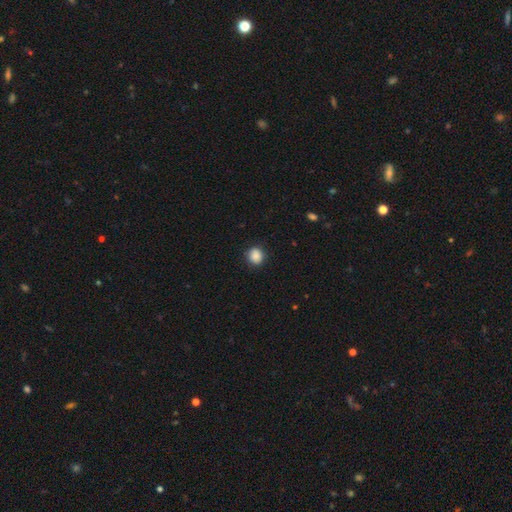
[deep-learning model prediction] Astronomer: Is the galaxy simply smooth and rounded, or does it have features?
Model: smooth — 87%.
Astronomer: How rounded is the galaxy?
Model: round — 83%.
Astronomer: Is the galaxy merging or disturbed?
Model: none — 87%.